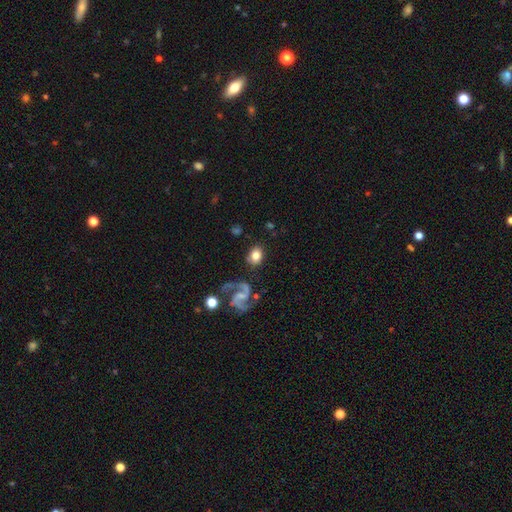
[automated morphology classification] smooth 65%, featured or disk 27%, star or artifact 8%. Down the decision tree: how rounded — in between (56%); merging — none (79%).